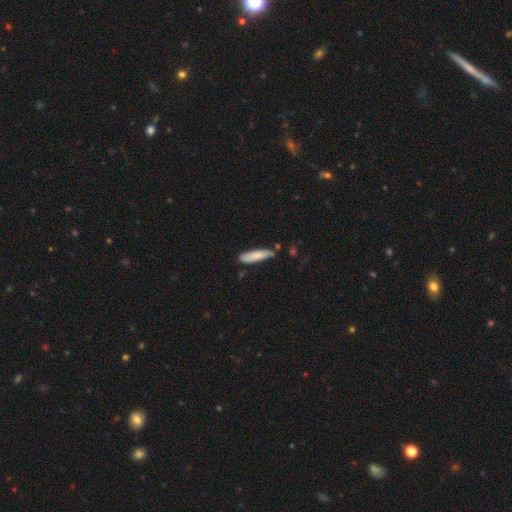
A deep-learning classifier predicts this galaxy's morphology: A smooth galaxy with no disk features (82%) that is cigar-shaped (72%). Merging: none (71%).